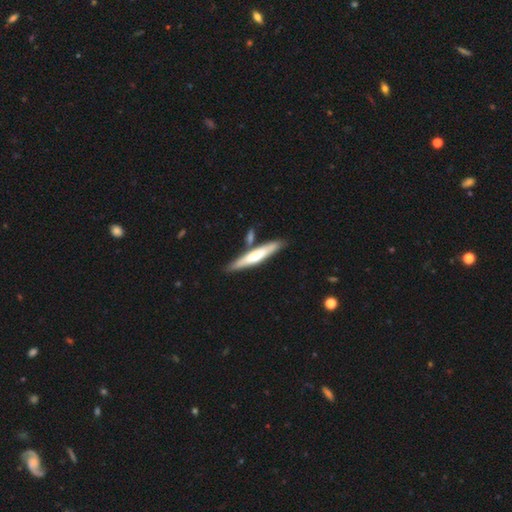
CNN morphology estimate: A smooth galaxy with no disk features (54%) that is cigar-shaped (91%). Merging: none (78%).